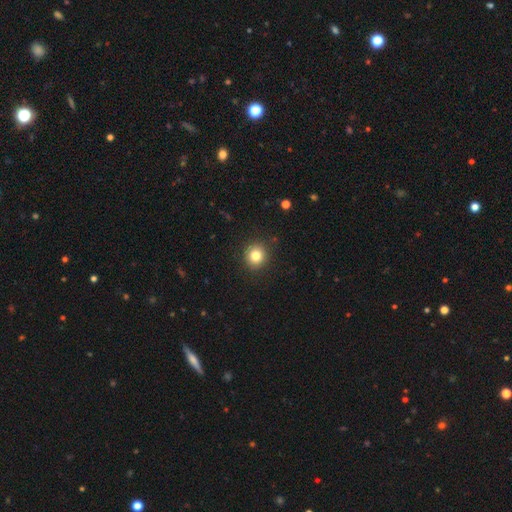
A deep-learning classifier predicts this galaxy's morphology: A smooth galaxy with no disk features (81%) that is round (88%).

Vote fractions:
- Smooth or featured? smooth: 81% / star or artifact: 12% / featured or disk: 8%
- How rounded? round: 88% / in between: 11% / cigar-shaped: 1%
- Merging? none: 90% / minor disturbance: 6% / major disturbance: 2% / merger: 1%